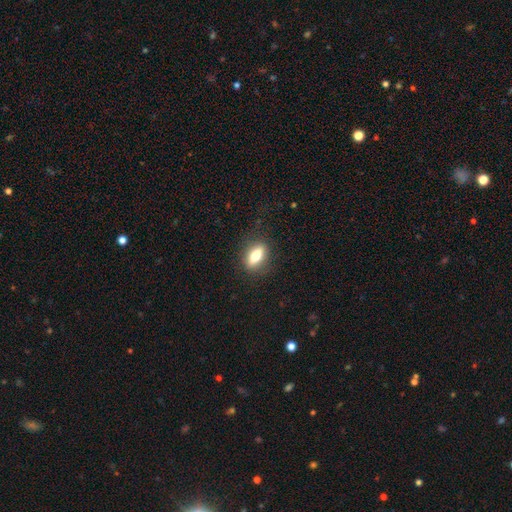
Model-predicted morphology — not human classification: Smooth or featured: smooth — 65% (featured or disk — 27%)
How rounded: in between — 72% (cigar-shaped — 18%)
Merging: none — 84% (minor disturbance — 11%)